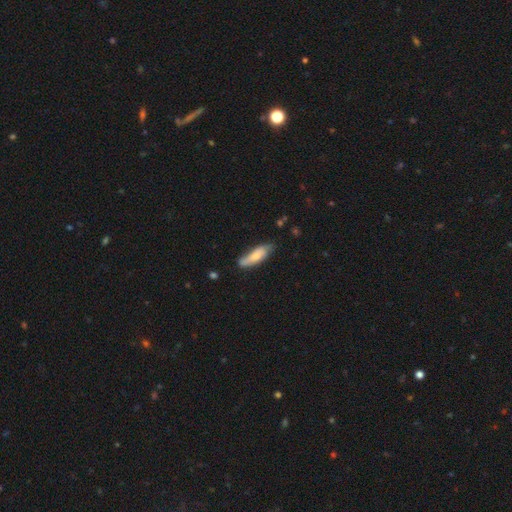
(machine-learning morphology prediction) smooth-or-featured: smooth: 65% | featured or disk: 29% | star or artifact: 6%
  how-rounded: cigar-shaped: 51% | in between: 47% | round: 2%
  merging: none: 65% | minor disturbance: 27% | major disturbance: 5% | merger: 3%